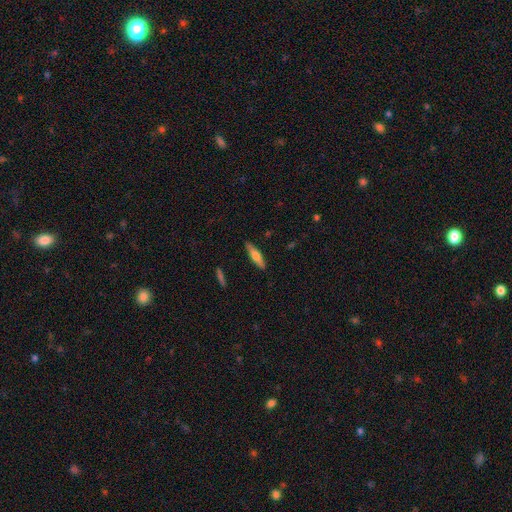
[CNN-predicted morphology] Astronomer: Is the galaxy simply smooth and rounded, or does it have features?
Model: smooth — 52% (runner-up: featured or disk, 42%).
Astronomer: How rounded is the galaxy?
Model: cigar-shaped — 77%.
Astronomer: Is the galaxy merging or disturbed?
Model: none — 89%.